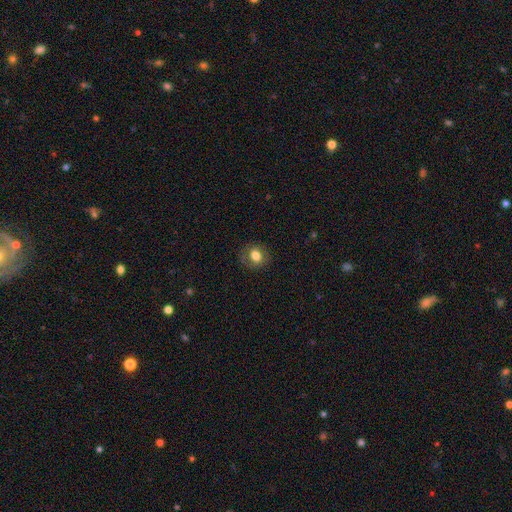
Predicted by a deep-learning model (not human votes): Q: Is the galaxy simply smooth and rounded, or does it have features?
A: smooth — 76%.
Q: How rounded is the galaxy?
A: round — 67%.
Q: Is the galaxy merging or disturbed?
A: none — 82%.